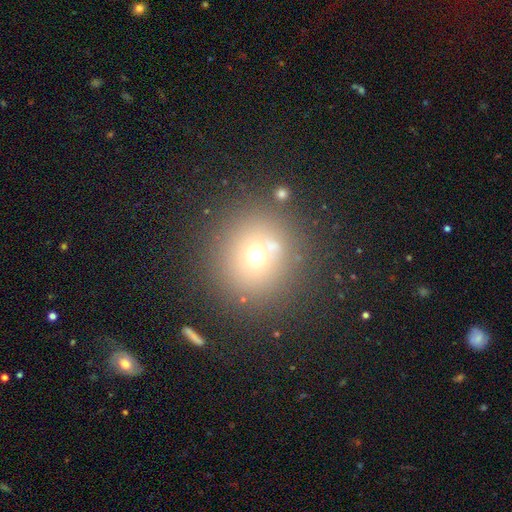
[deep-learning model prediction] Smooth or featured? Predicted: smooth (p=0.63). How rounded? Predicted: round (p=0.91). Merging? Predicted: none (p=0.75).